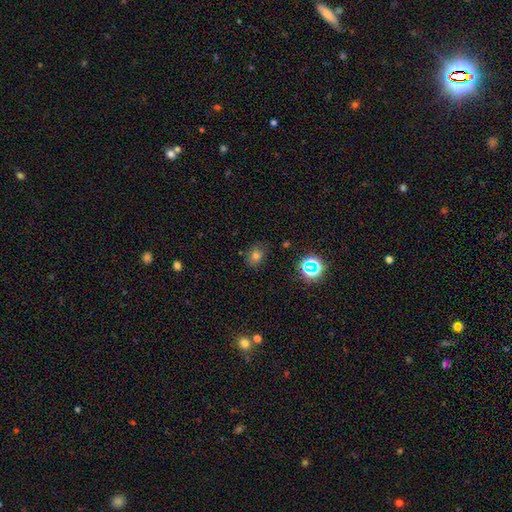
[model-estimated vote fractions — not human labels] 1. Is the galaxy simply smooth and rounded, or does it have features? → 71% smooth, 21% star or artifact, 9% featured or disk.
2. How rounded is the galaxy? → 54% round, 45% in between, 1% cigar-shaped.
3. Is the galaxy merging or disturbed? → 78% none, 16% minor disturbance, 4% major disturbance, 2% merger.